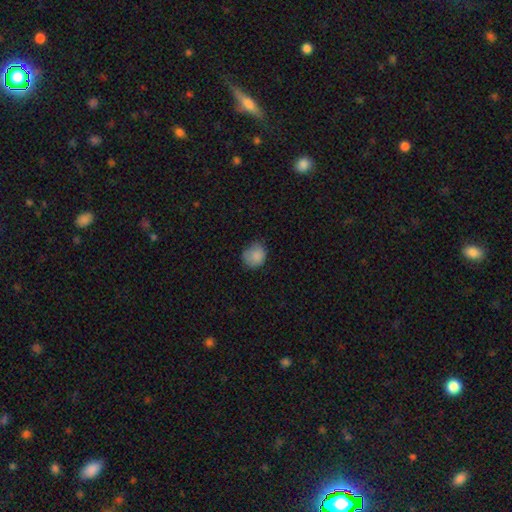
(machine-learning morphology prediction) smooth-or-featured: smooth: 85% | star or artifact: 9% | featured or disk: 6%
  how-rounded: round: 68% | in between: 31% | cigar-shaped: 1%
  merging: none: 63% | minor disturbance: 29% | major disturbance: 7% | merger: 1%